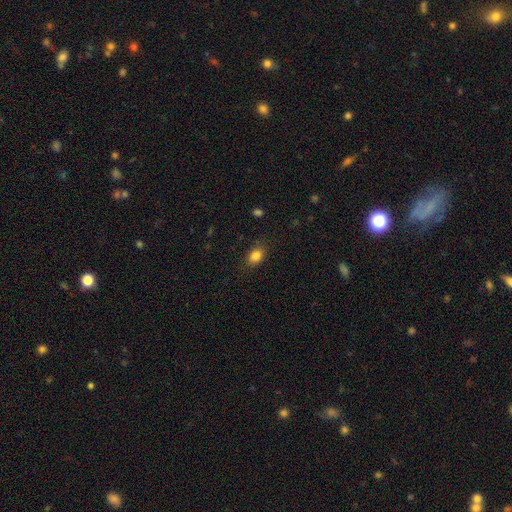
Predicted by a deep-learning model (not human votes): smooth_or_featured: smooth (p=0.84) [alt: star or artifact p=0.10]
how_rounded: in between (p=0.73) [alt: round p=0.26]
merging: none (p=0.83) [alt: minor disturbance p=0.12]